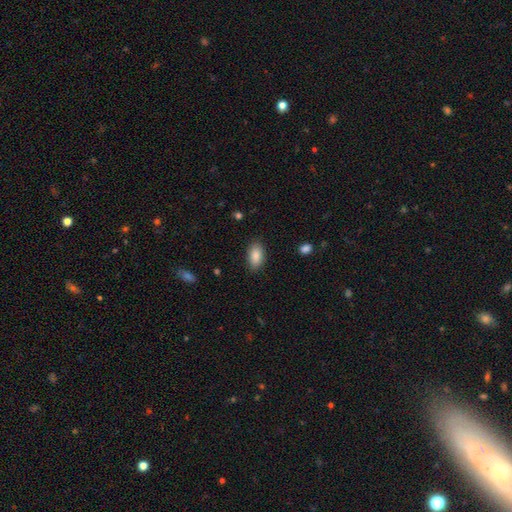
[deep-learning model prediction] smooth-or-featured: smooth: 88% | star or artifact: 7% | featured or disk: 5%
  how-rounded: in between: 93% | round: 4% | cigar-shaped: 3%
  merging: none: 86% | minor disturbance: 10% | major disturbance: 3% | merger: 1%